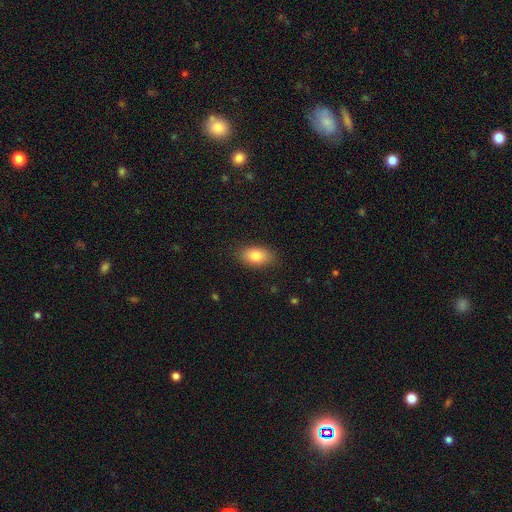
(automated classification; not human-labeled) Morphology: type=smooth (82%); roundness=in between (90%); merging=none (85%).